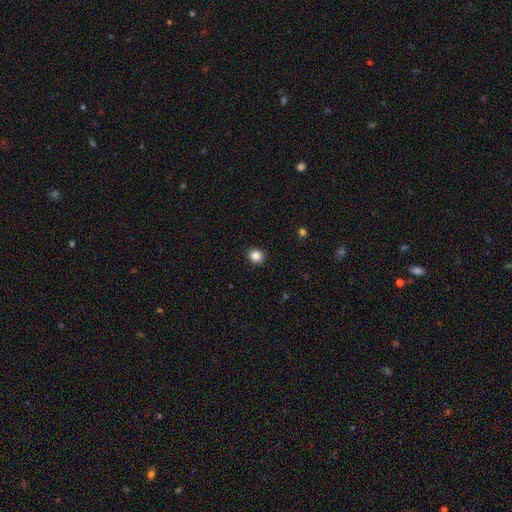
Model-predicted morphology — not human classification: type=smooth (85%); roundness=round (89%); merging=none (92%).